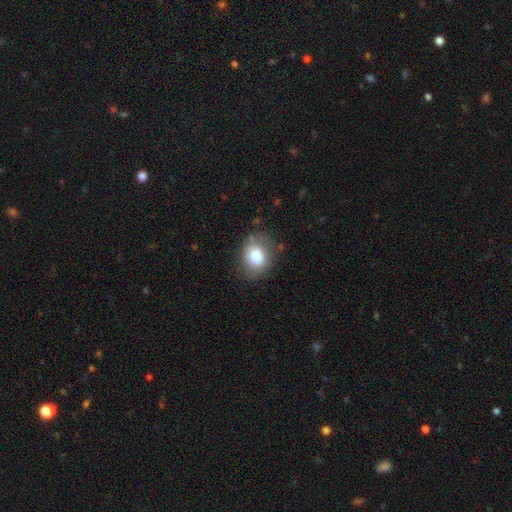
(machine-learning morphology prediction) smooth-or-featured: smooth: 78% | featured or disk: 12% | star or artifact: 9%
  how-rounded: in between: 53% | round: 46% | cigar-shaped: 1%
  merging: none: 76% | minor disturbance: 17% | major disturbance: 5% | merger: 2%